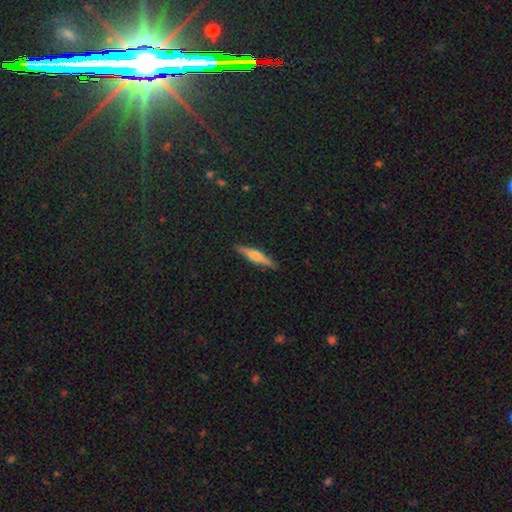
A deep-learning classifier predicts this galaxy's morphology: Smooth or featured? Predicted: featured or disk (p=0.52). Edge-on disk? Predicted: yes (p=0.96). Edge-on bulge? Predicted: rounded (p=0.69). Merging? Predicted: none (p=0.89).